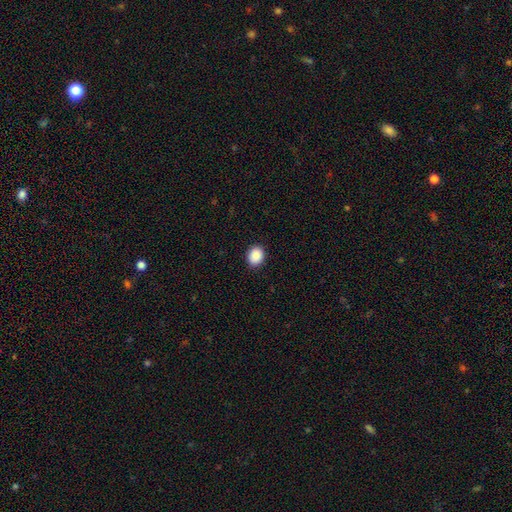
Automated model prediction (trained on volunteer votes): Smooth or featured? Predicted: smooth (p=0.89). How rounded? Predicted: round (p=0.59). Merging? Predicted: none (p=0.91).